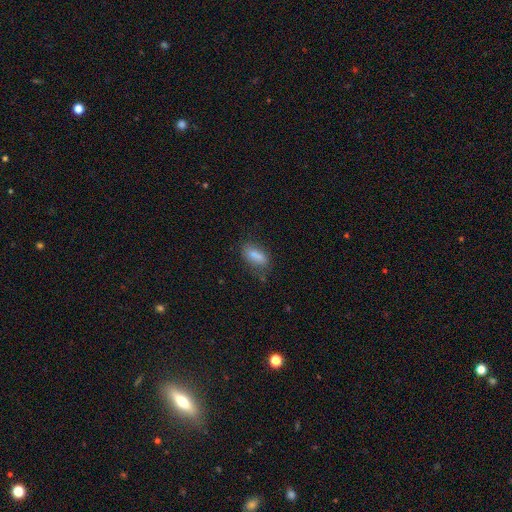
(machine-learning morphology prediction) Smooth or featured? smooth (80%)
How rounded? in between (79%)
Merging? none (67%)